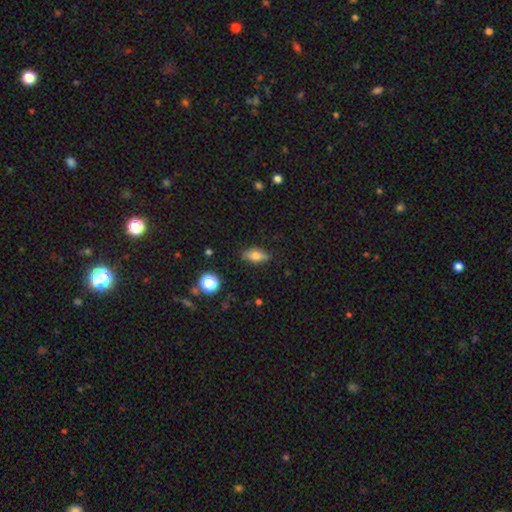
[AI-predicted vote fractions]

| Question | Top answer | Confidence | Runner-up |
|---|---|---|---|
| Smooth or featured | smooth | 57% | featured or disk (33%) |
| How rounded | in between | 72% | cigar-shaped (21%) |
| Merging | none | 84% | minor disturbance (12%) |